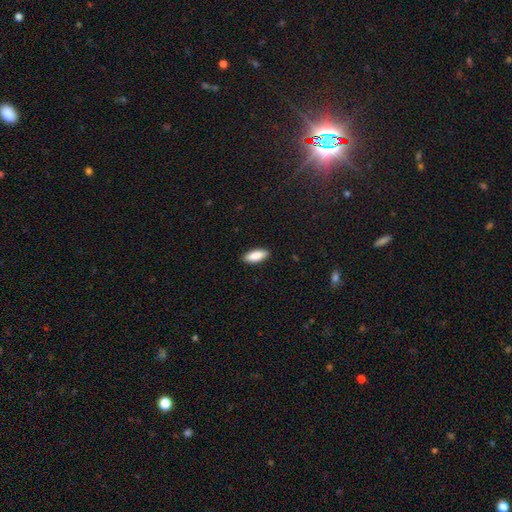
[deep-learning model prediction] This appears to be a smooth galaxy with no disk features (89%) that is in between round and cigar-shaped (84%). Merging: none (89%).